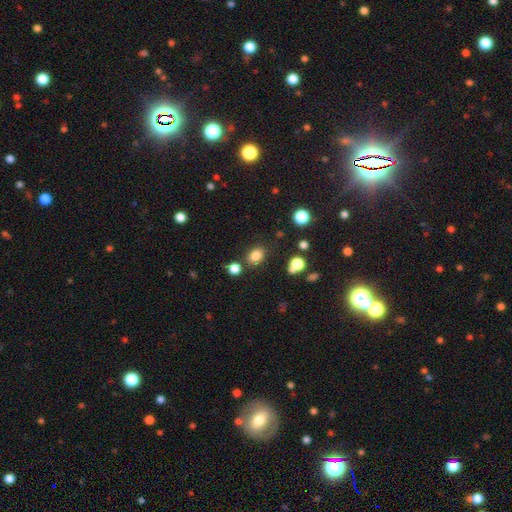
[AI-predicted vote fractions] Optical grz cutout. It shows a smooth galaxy with no disk features (82%) that is in between round and cigar-shaped (55%). Merging: none (78%).